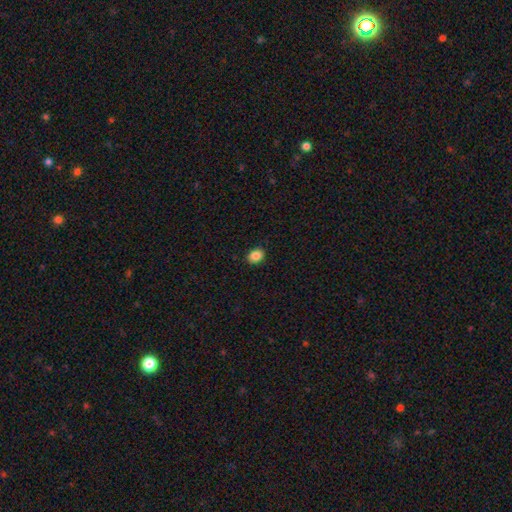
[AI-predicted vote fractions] smooth_or_featured: smooth (p=0.87) [alt: star or artifact p=0.09]
how_rounded: in between (p=0.56) [alt: round p=0.43]
merging: none (p=0.90) [alt: minor disturbance p=0.07]